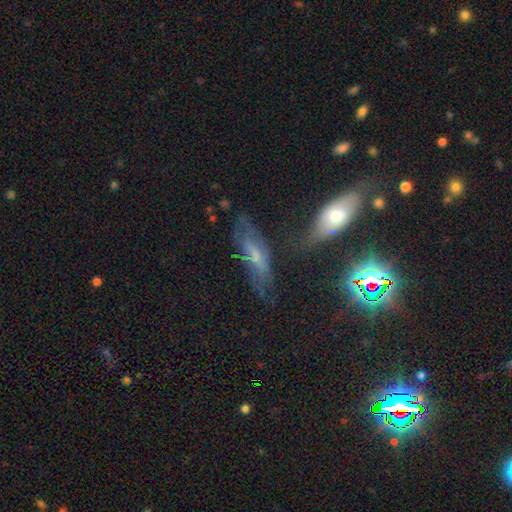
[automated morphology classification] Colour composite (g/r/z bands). It shows a featured or disk galaxy (49%). Merging: none (53%).